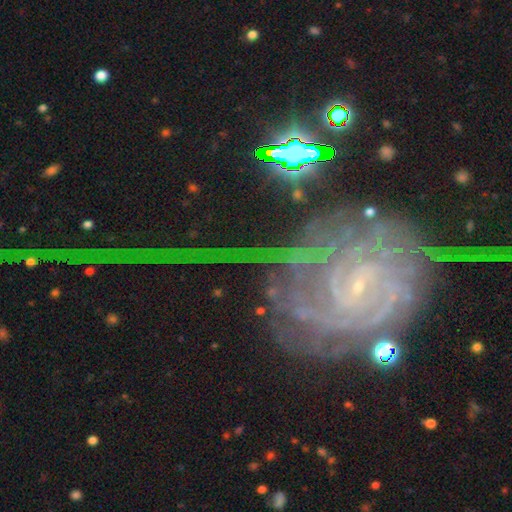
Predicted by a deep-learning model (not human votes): Q: Smooth or featured?
A: featured or disk (83%); runner-up: star or artifact (11%)
Q: Edge-on disk?
A: no (96%); runner-up: yes (4%)
Q: Bar?
A: no (45%); runner-up: weak (36%)
Q: Spiral arms?
A: yes (97%); runner-up: no (3%)
Q: Spiral winding?
A: tight (69%); runner-up: medium (24%)
Q: Spiral arm count?
A: can't tell (27%); runner-up: 2 (25%)
Q: Bulge size?
A: small (85%); runner-up: moderate (7%)
Q: Merging?
A: none (47%); runner-up: major disturbance (26%)